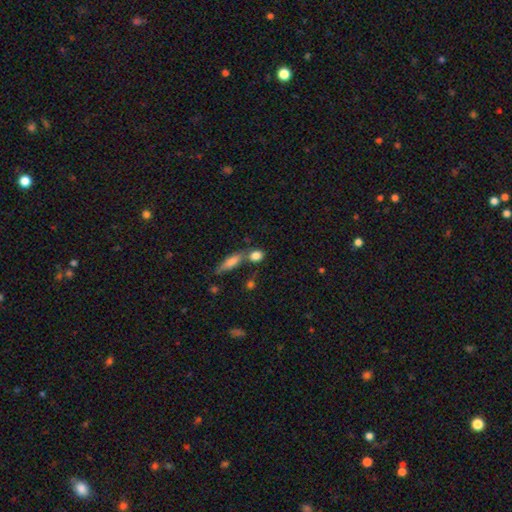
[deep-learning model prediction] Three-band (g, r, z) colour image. It shows a smooth galaxy with no disk features (81%) that is in between round and cigar-shaped (52%). Merging: none (56%).